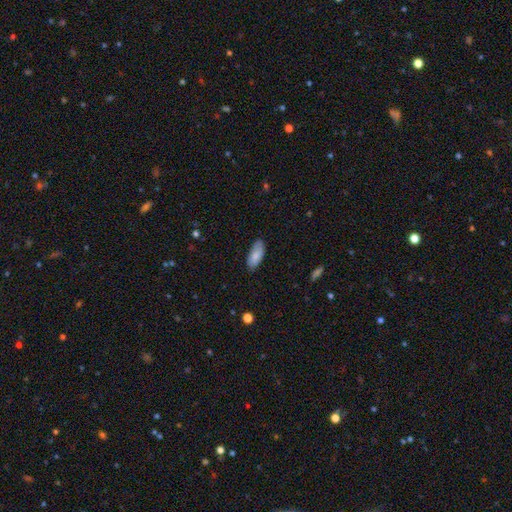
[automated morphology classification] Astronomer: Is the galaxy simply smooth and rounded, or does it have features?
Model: smooth — 81%.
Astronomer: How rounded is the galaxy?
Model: in between — 85%.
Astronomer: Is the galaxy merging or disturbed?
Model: none — 77%.